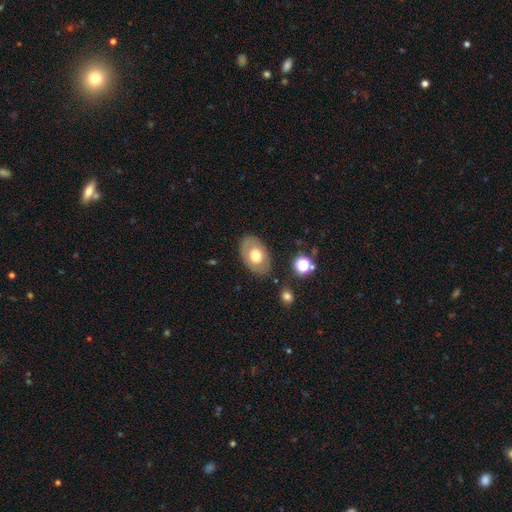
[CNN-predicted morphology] Smooth or featured? smooth (62%)
How rounded? in between (84%)
Merging? none (82%)